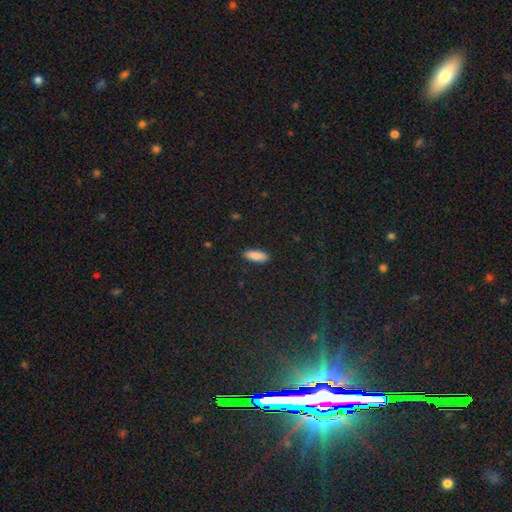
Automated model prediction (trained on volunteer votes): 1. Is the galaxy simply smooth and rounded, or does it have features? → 89% smooth, 7% star or artifact, 4% featured or disk.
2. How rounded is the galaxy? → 76% in between, 22% cigar-shaped, 2% round.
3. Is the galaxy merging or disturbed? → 89% none, 8% minor disturbance, 2% major disturbance, 1% merger.